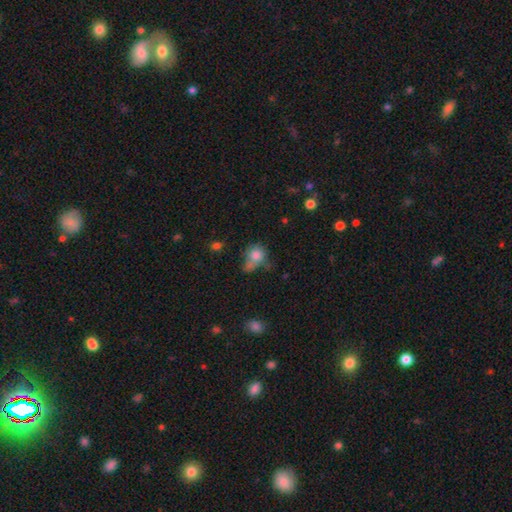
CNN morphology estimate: Overall: smooth (76%). How rounded: round (58%; in between 41%). Merging: none (33%; merger 26%).